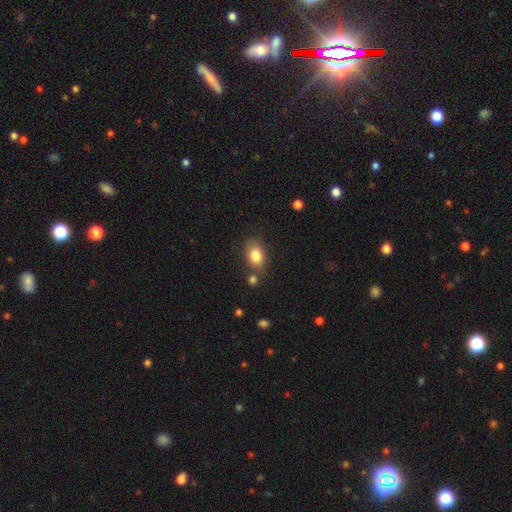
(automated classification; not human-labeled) Smooth or featured? smooth (83%)
How rounded? in between (75%)
Merging? none (69%)